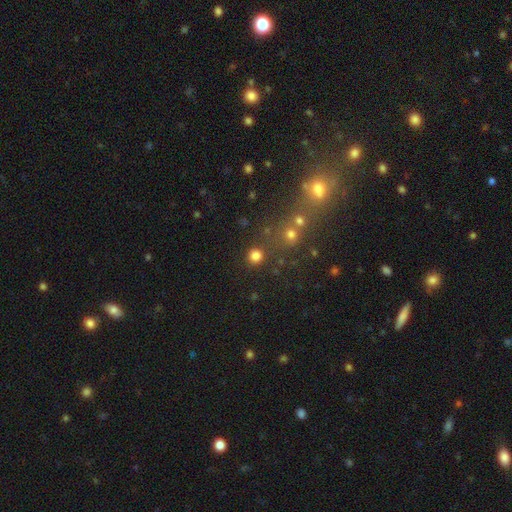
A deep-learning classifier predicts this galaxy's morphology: This appears to be a smooth galaxy with no disk features (80%) that is round (92%). Merging: none (84%).